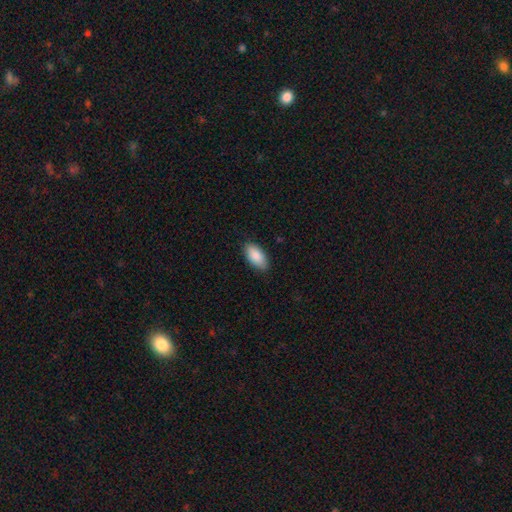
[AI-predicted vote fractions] Q: Smooth or featured?
A: smooth (89%); runner-up: star or artifact (6%)
Q: How rounded?
A: in between (94%); runner-up: cigar-shaped (4%)
Q: Merging?
A: none (87%); runner-up: minor disturbance (10%)